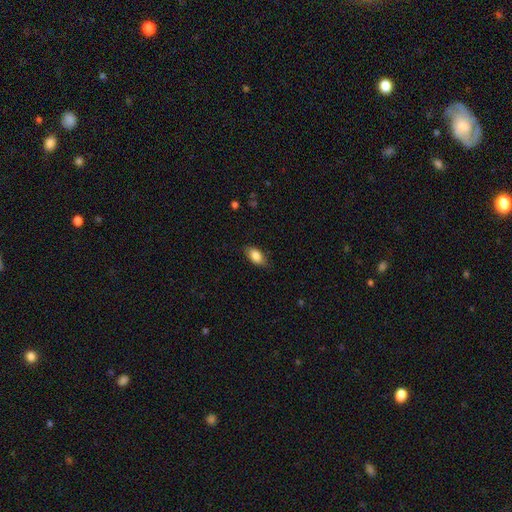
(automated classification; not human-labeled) Smooth or featured? smooth (85%)
How rounded? in between (91%)
Merging? none (81%)